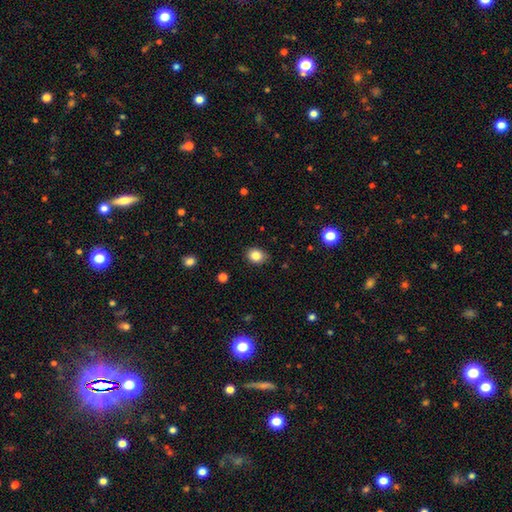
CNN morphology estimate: The model was most divided on "how rounded": in between: 55%, round: 44%, cigar-shaped: 1%. More confident: smooth or featured — smooth (84%); merging — none (82%).